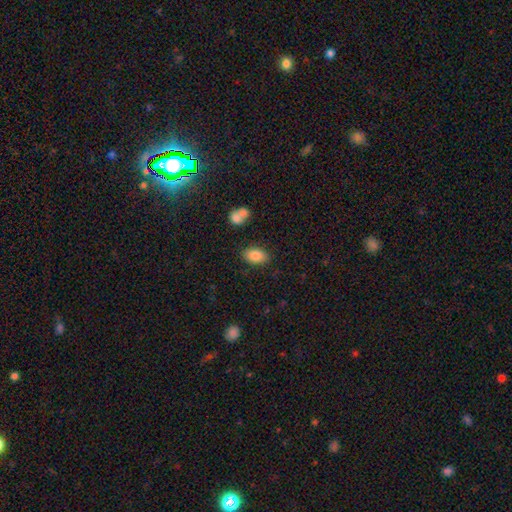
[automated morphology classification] Smooth or featured: smooth — 84% (featured or disk — 8%)
How rounded: in between — 92% (round — 6%)
Merging: none — 81% (minor disturbance — 11%)